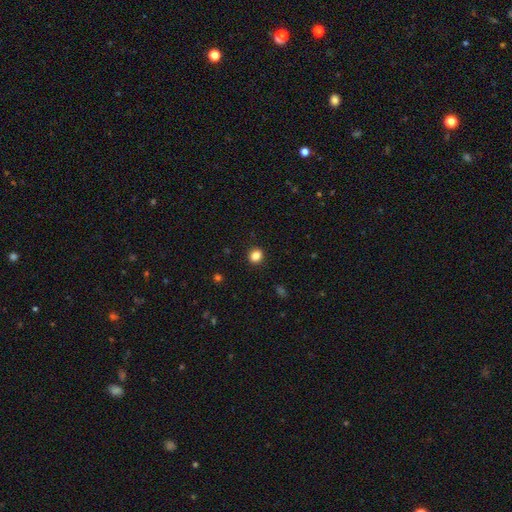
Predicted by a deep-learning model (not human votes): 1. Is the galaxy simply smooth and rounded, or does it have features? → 85% smooth, 11% star or artifact, 4% featured or disk.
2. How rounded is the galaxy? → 77% round, 22% in between, 1% cigar-shaped.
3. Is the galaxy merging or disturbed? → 91% none, 6% minor disturbance, 2% major disturbance, 1% merger.